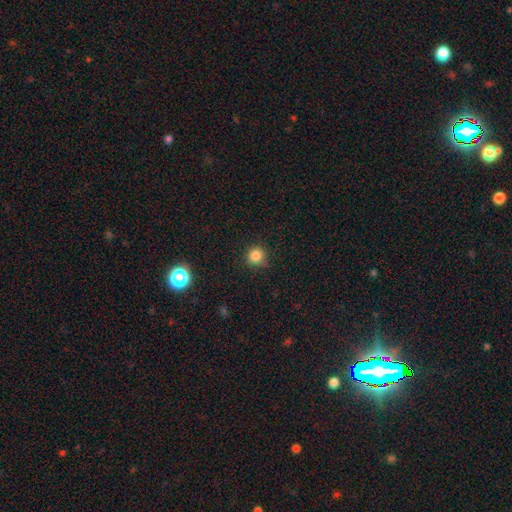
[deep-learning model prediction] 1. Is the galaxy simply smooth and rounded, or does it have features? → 83% smooth, 13% star or artifact, 4% featured or disk.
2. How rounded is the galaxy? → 93% round, 6% in between, 1% cigar-shaped.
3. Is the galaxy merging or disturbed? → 85% none, 11% minor disturbance, 3% major disturbance, 1% merger.